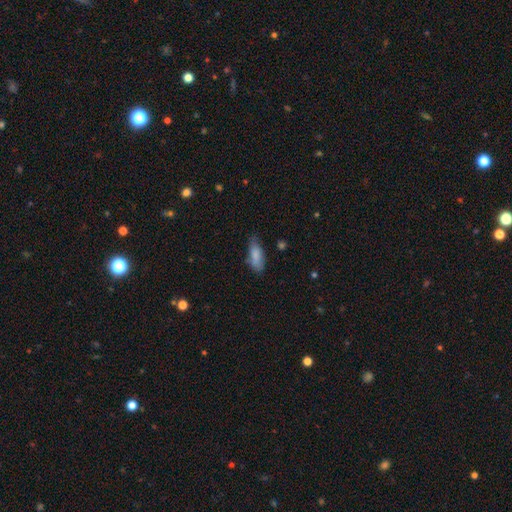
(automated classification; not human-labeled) smooth-or-featured: smooth: 83% | featured or disk: 10% | star or artifact: 7%
  how-rounded: in between: 72% | cigar-shaped: 26% | round: 2%
  merging: none: 61% | minor disturbance: 29% | major disturbance: 7% | merger: 4%